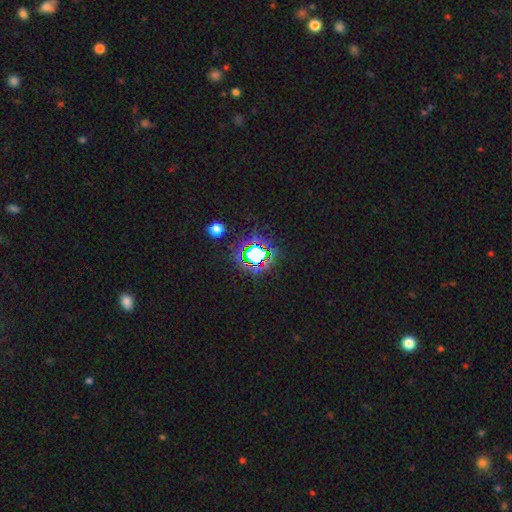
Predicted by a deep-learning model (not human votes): Q: Smooth or featured?
A: star or artifact (70%); runner-up: smooth (20%)